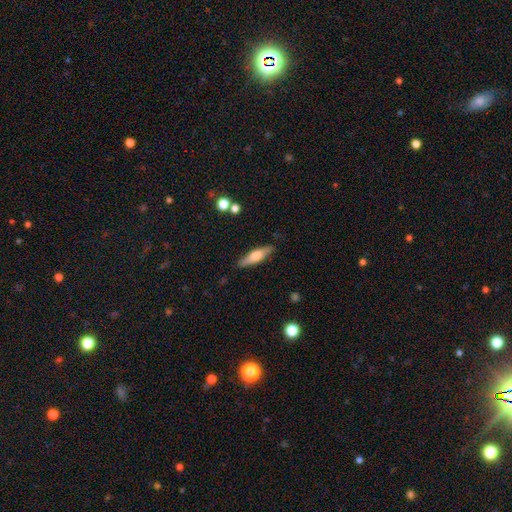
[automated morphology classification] This appears to be a smooth galaxy with no disk features (48%). Merging: none (86%).